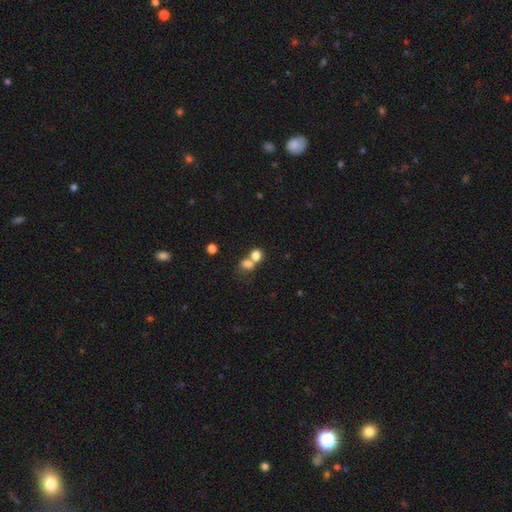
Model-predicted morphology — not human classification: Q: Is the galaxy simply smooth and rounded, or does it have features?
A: smooth — 78%.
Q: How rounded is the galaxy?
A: round — 63%.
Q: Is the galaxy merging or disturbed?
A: merger — 58%.